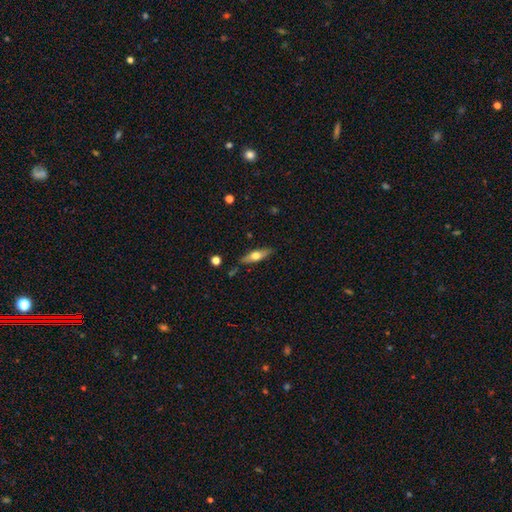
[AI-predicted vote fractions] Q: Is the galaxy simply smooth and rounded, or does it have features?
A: smooth — 49%.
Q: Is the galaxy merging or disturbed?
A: none — 82%.